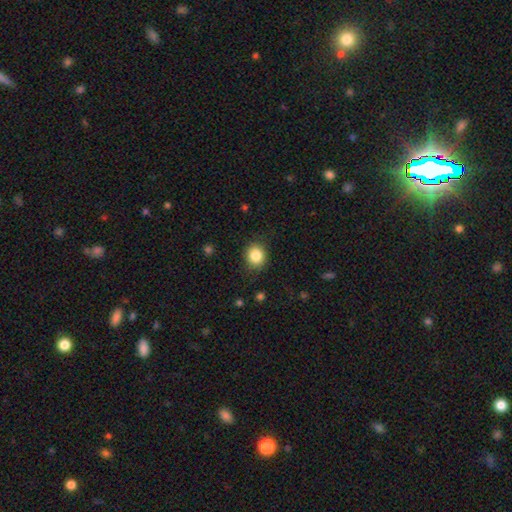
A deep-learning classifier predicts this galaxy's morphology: smooth-or-featured: smooth: 85% | star or artifact: 10% | featured or disk: 5%
  how-rounded: round: 71% | in between: 28% | cigar-shaped: 1%
  merging: none: 85% | minor disturbance: 10% | major disturbance: 3% | merger: 1%